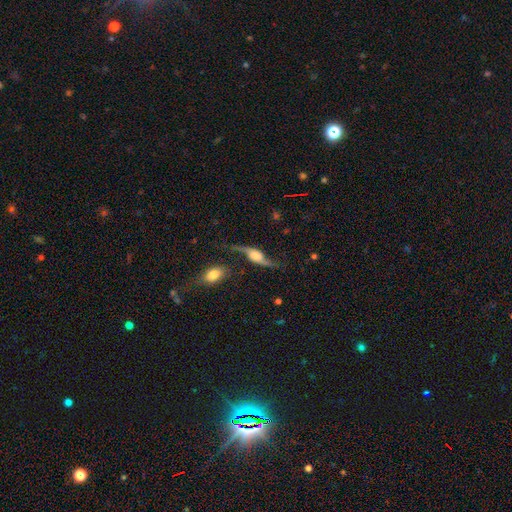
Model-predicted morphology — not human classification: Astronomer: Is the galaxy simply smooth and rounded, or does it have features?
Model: featured or disk — 81%.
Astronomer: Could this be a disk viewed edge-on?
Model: no — 71%.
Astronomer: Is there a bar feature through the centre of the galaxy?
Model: no — 58%.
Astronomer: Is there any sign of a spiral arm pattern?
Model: yes — 94%.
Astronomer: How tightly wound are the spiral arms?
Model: loose — 91%.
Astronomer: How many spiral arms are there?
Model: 2 — 94%.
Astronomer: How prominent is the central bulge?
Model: large — 36% (runner-up: moderate, 24%).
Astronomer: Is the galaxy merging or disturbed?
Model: none — 68%.